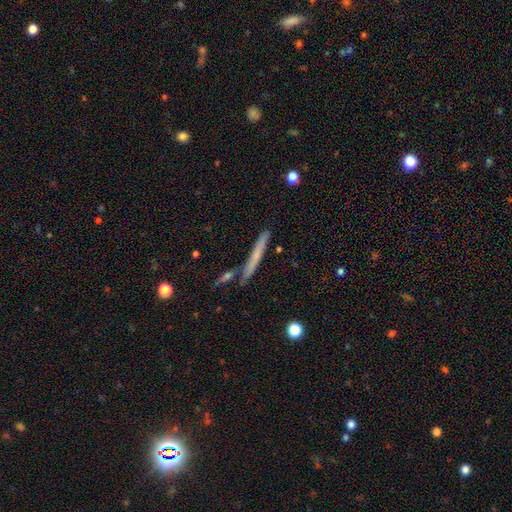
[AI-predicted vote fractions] This appears to be a smooth galaxy with no disk features (48%). Merging: none (81%).